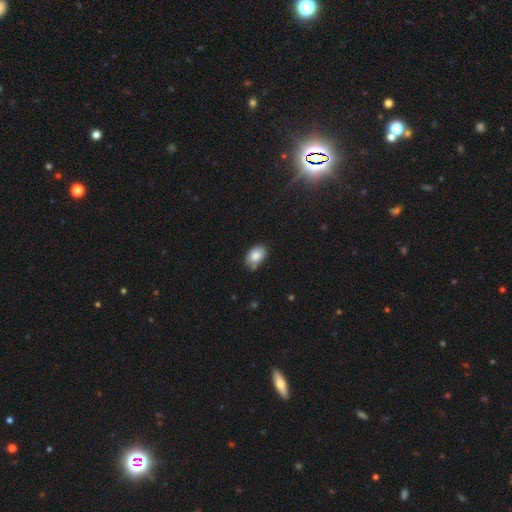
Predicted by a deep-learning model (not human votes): smooth-or-featured: smooth: 84% | featured or disk: 8% | star or artifact: 8%
  how-rounded: in between: 86% | round: 13% | cigar-shaped: 1%
  merging: none: 64% | minor disturbance: 26% | merger: 5% | major disturbance: 4%